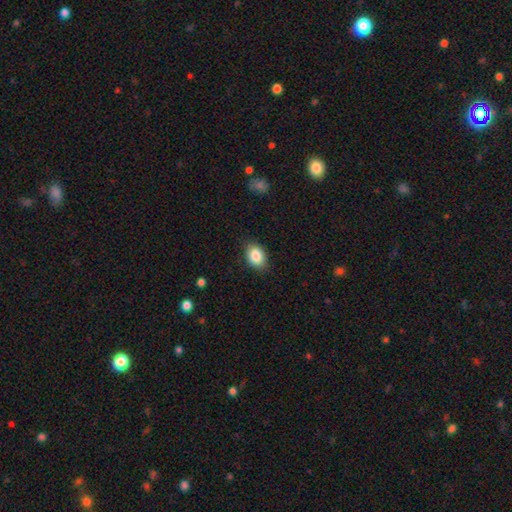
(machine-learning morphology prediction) This appears to be a smooth galaxy with no disk features (86%) that is in between round and cigar-shaped (84%). Merging: none (84%).